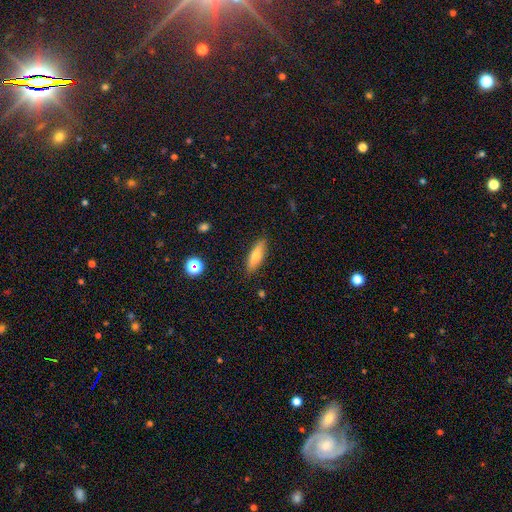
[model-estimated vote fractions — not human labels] smooth-or-featured: smooth: 66% | featured or disk: 26% | star or artifact: 8%
  how-rounded: cigar-shaped: 56% | in between: 41% | round: 3%
  merging: none: 86% | minor disturbance: 11% | major disturbance: 2% | merger: 1%